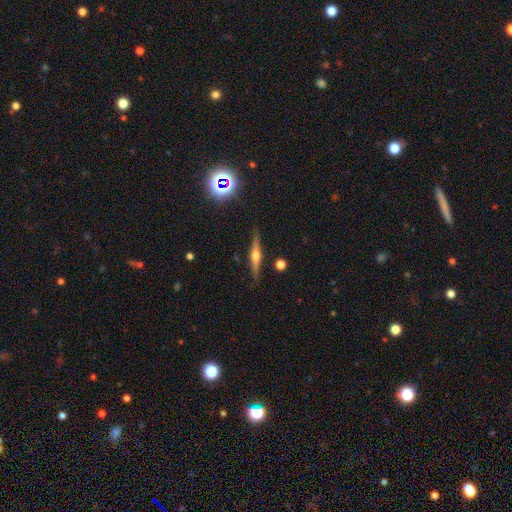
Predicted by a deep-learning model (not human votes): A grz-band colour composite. It shows a featured or disk galaxy (72%) viewed edge-on (98%) with a rounded central bulge (92%). Merging: none (88%).